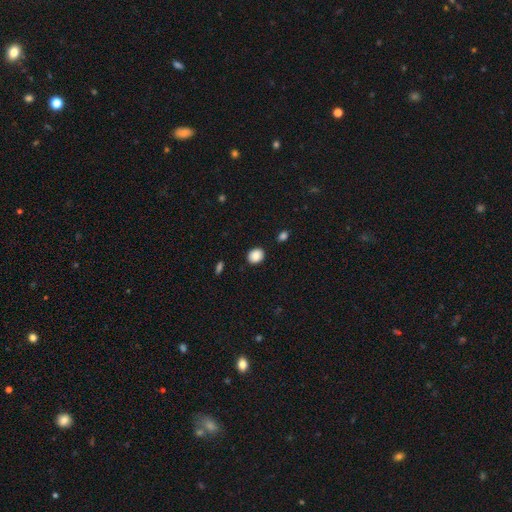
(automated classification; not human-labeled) Smooth or featured? Predicted: smooth (p=0.88). How rounded? Predicted: round (p=0.58). Merging? Predicted: none (p=0.87).